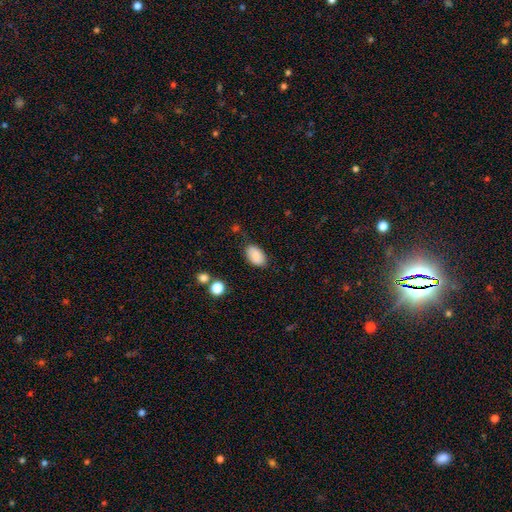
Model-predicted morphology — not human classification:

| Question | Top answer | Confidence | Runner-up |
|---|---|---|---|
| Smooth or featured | smooth | 87% | star or artifact (7%) |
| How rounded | in between | 92% | round (6%) |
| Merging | none | 79% | minor disturbance (16%) |